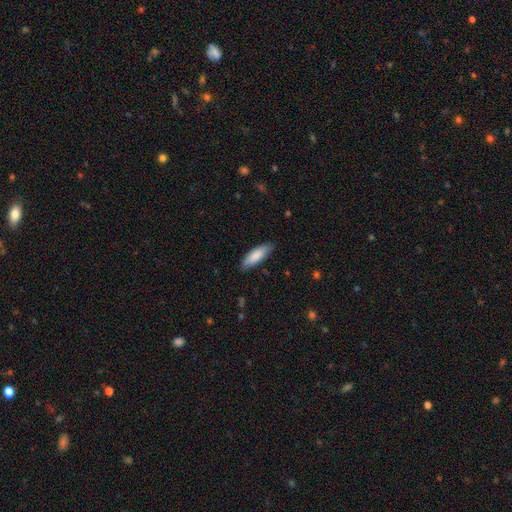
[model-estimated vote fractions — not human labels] Q: Smooth or featured?
A: smooth (84%); runner-up: featured or disk (11%)
Q: How rounded?
A: in between (53%); runner-up: cigar-shaped (46%)
Q: Merging?
A: none (84%); runner-up: minor disturbance (13%)